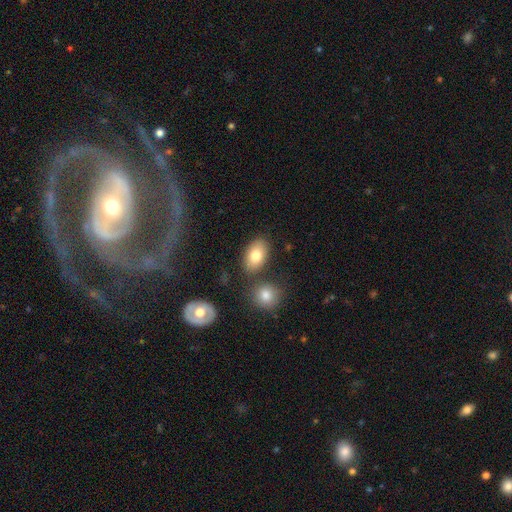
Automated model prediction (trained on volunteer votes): The model was most divided on "merging": none: 76%, minor disturbance: 11%, merger: 10%, major disturbance: 3%. More confident: how rounded — in between (90%); smooth or featured — smooth (80%).